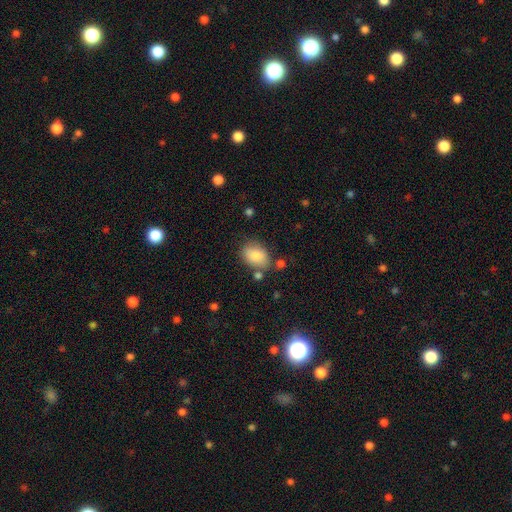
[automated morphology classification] Q: Smooth or featured?
A: smooth (85%); runner-up: featured or disk (8%)
Q: How rounded?
A: in between (79%); runner-up: round (19%)
Q: Merging?
A: none (69%); runner-up: minor disturbance (19%)